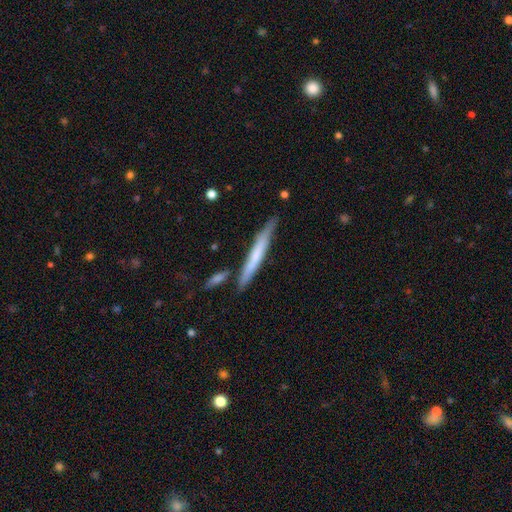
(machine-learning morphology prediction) smooth-or-featured: smooth: 53% | featured or disk: 42% | star or artifact: 6%
  how-rounded: cigar-shaped: 96% | in between: 3% | round: 1%
  merging: none: 80% | minor disturbance: 12% | merger: 5% | major disturbance: 2%